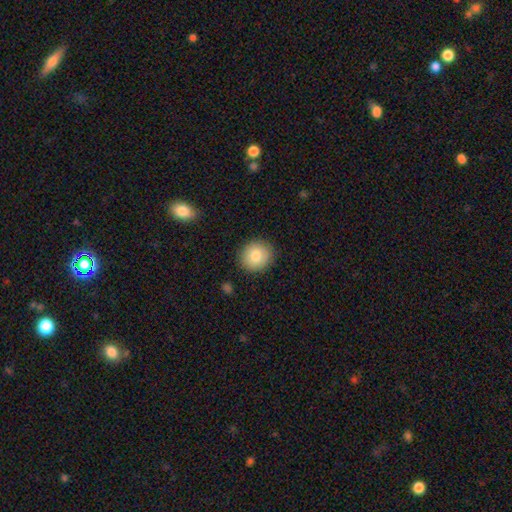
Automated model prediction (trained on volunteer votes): Morphology: type=smooth (82%); roundness=round (85%); merging=none (89%).